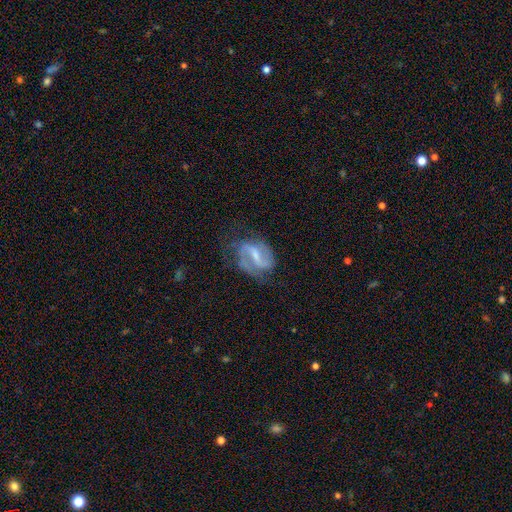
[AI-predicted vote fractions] Smooth or featured?
  - featured or disk: 85% *
  - smooth: 9%
  - star or artifact: 5%
Edge-on disk?
  - no: 97% *
  - yes: 3%
Bar?
  - strong: 46% *
  - weak: 42%
  - no: 12%
Spiral arms?
  - yes: 95% *
  - no: 5%
Spiral winding?
  - medium: 50% *
  - loose: 31%
  - tight: 18%
Spiral arm count?
  - 2: 88% *
  - can't tell: 4%
  - 1: 4%
  - 3: 2%
  - 4: 1%
  - more than 4: 1%
Bulge size?
  - small: 52% *
  - moderate: 32%
  - none: 12%
  - large: 2%
  - dominant: 1%
Merging?
  - none: 65% *
  - minor disturbance: 22%
  - major disturbance: 12%
  - merger: 2%